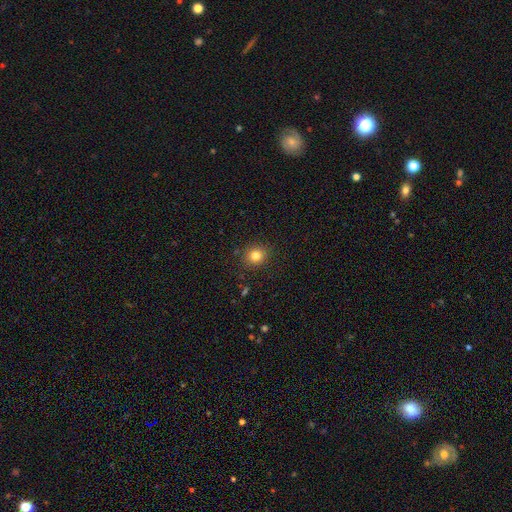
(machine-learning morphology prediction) Smooth or featured: smooth — 80% (star or artifact — 13%)
How rounded: round — 80% (in between — 19%)
Merging: none — 89% (minor disturbance — 8%)